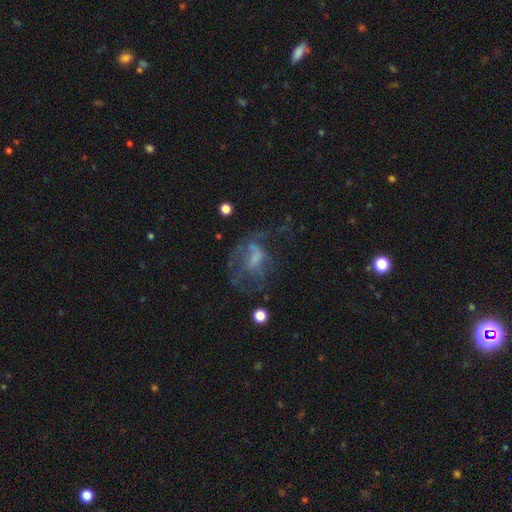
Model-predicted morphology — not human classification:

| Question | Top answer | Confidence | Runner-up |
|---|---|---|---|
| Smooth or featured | featured or disk | 54% | smooth (30%) |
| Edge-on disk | no | 96% | yes (4%) |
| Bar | no | 67% | weak (26%) |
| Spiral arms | no | 65% | yes (35%) |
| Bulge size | none | 44% | small (27%) |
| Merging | major disturbance | 47% | none (32%) |